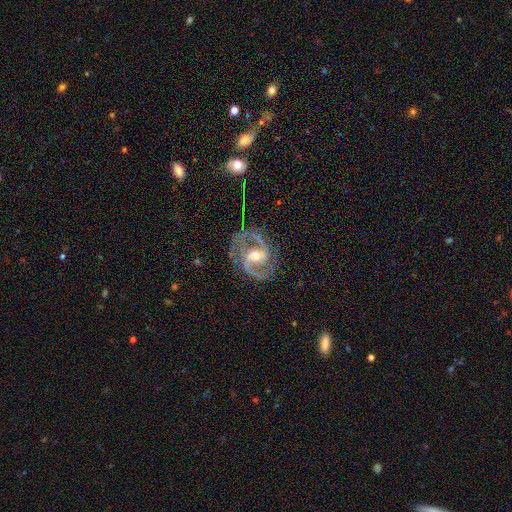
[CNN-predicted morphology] smooth-or-featured: featured or disk: 92% | star or artifact: 5% | smooth: 3%
  disk-edge-on: no: 98% | yes: 2%
    bar: weak: 45% | strong: 29% | no: 26%
    has-spiral-arms: yes: 98% | no: 2%
      spiral-winding: medium: 64% | loose: 20% | tight: 16%
      spiral-arm-count: 2: 92% | 3: 2% | can't tell: 2% | 1: 1% | 4: 1% | more than 4: 1%
    bulge-size: moderate: 68% | small: 26% | large: 4% | none: 1% | dominant: 1%
  merging: none: 76% | minor disturbance: 15% | major disturbance: 7% | merger: 2%